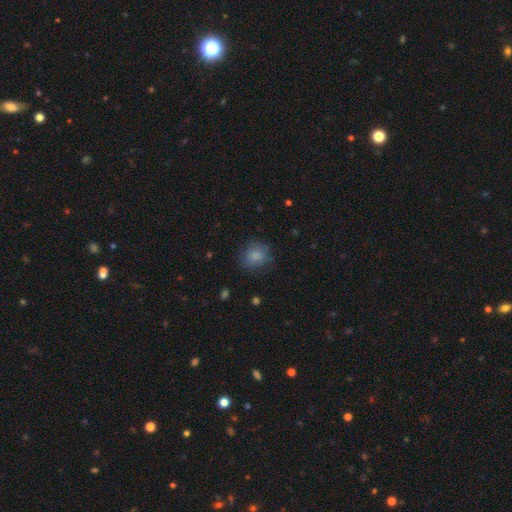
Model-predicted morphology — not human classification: smooth_or_featured: smooth (p=0.83) [alt: star or artifact p=0.09]
how_rounded: round (p=0.81) [alt: in between p=0.18]
merging: none (p=0.76) [alt: minor disturbance p=0.17]